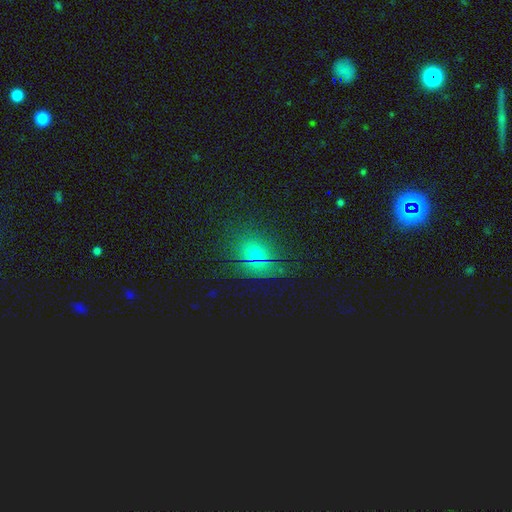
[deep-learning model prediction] This is likely a smooth galaxy (63%). How rounded: possibly round (54%). Merging: clearly none (82%).